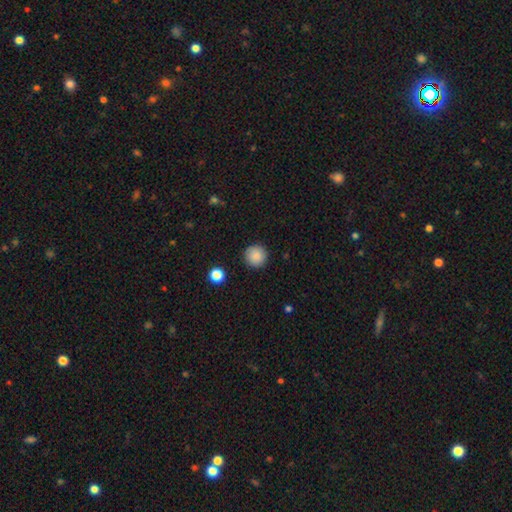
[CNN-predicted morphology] smooth 87%, star or artifact 9%, featured or disk 4%. Down the decision tree: how rounded — round (96%); merging — none (91%).